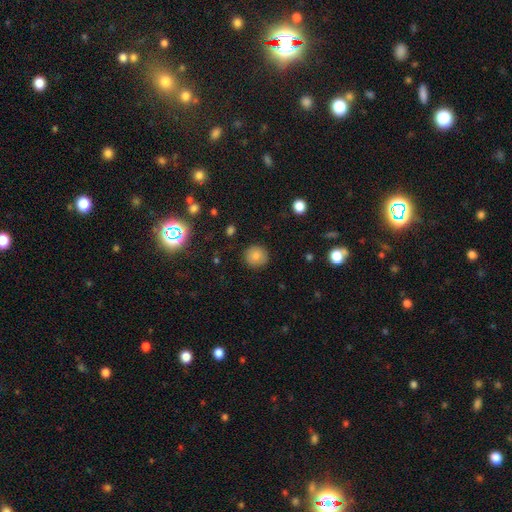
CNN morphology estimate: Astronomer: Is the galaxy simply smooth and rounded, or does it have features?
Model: smooth — 81%.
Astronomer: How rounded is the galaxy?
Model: round — 92%.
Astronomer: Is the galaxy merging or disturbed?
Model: none — 88%.